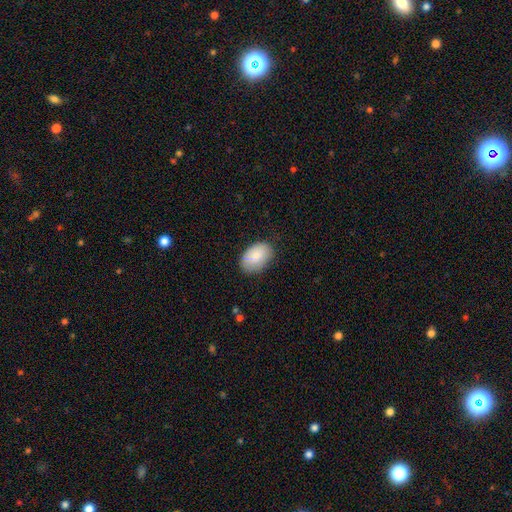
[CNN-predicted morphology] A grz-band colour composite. It shows a smooth galaxy with no disk features (86%) that is in between round and cigar-shaped (90%). Merging: none (77%).